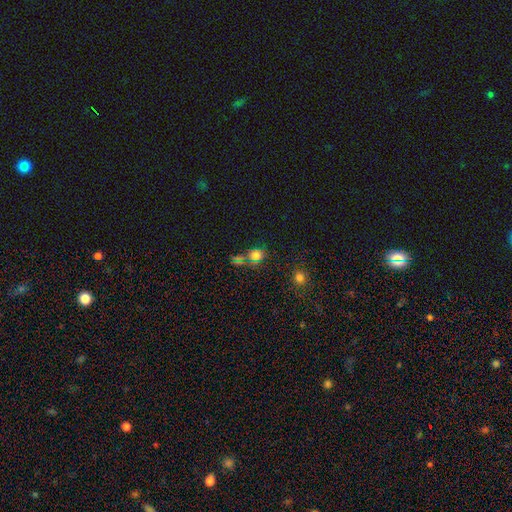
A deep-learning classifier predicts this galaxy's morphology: Smooth or featured: smooth — 56% (star or artifact — 35%)
How rounded: round — 72% (in between — 26%)
Merging: none — 69% (minor disturbance — 14%)